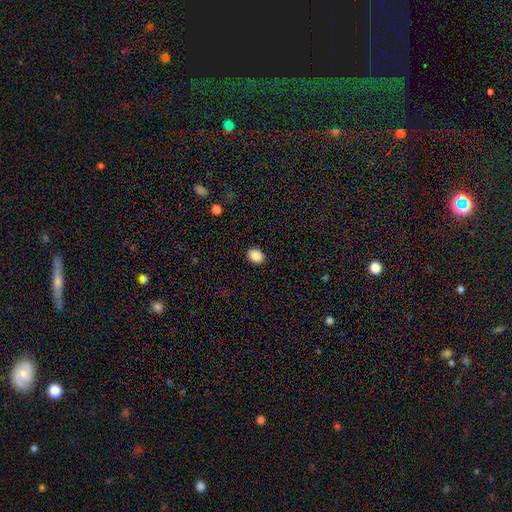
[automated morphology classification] This appears to be a smooth galaxy with no disk features (89%) that is in between round and cigar-shaped (63%). Merging: none (90%).